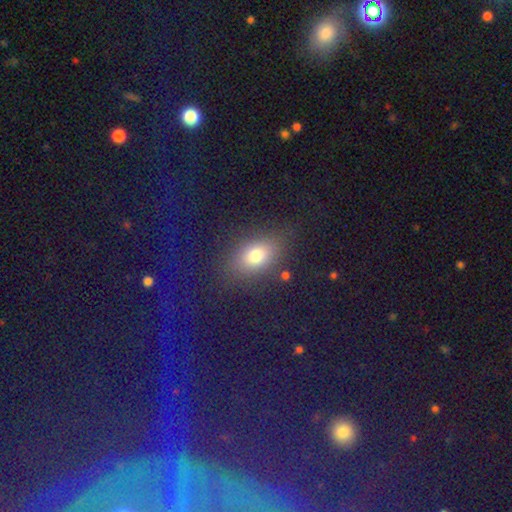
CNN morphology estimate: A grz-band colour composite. It shows a smooth galaxy with no disk features (75%) that is in between round and cigar-shaped (74%). Merging: none (81%).